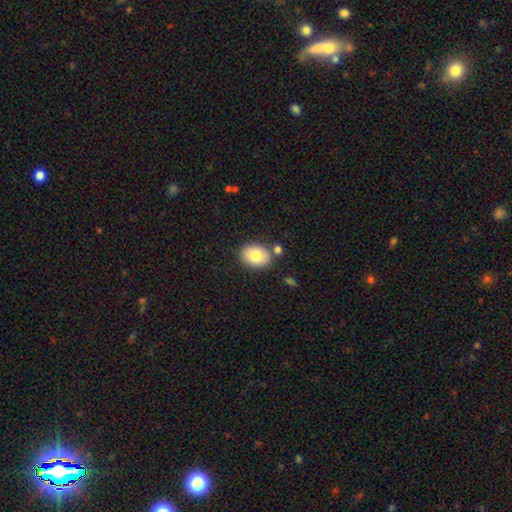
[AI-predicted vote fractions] A smooth galaxy with no disk features (80%) that is in between round and cigar-shaped (72%).

Vote fractions:
- Smooth or featured? smooth: 80% / featured or disk: 12% / star or artifact: 8%
- How rounded? in between: 72% / round: 27% / cigar-shaped: 1%
- Merging? none: 78% / minor disturbance: 11% / merger: 8% / major disturbance: 3%